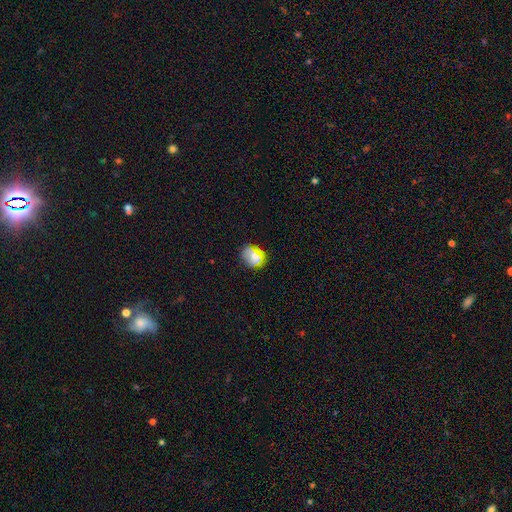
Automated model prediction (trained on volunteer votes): smooth-or-featured: smooth: 68% | star or artifact: 21% | featured or disk: 12%
  how-rounded: round: 66% | in between: 32% | cigar-shaped: 2%
  merging: none: 83% | minor disturbance: 12% | major disturbance: 3% | merger: 2%